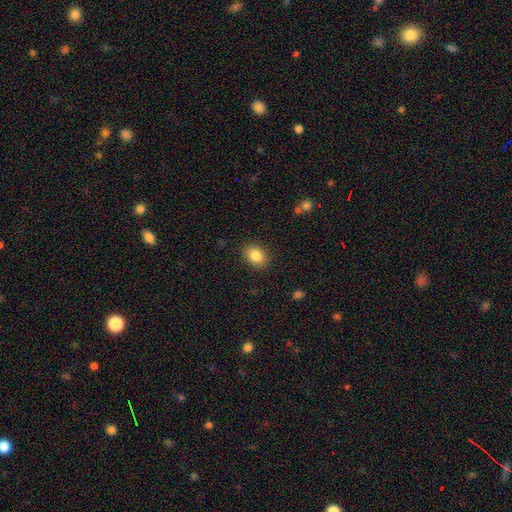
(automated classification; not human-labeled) Smooth or featured: smooth — 85% (star or artifact — 8%)
How rounded: in between — 67% (round — 32%)
Merging: none — 88% (minor disturbance — 9%)